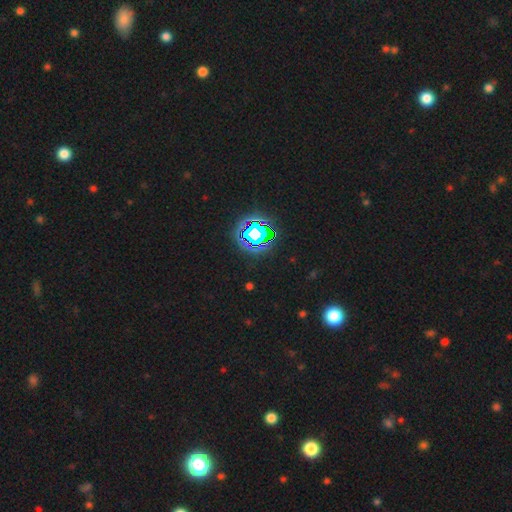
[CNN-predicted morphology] This is likely a star or artifact rather than a galaxy (78%).